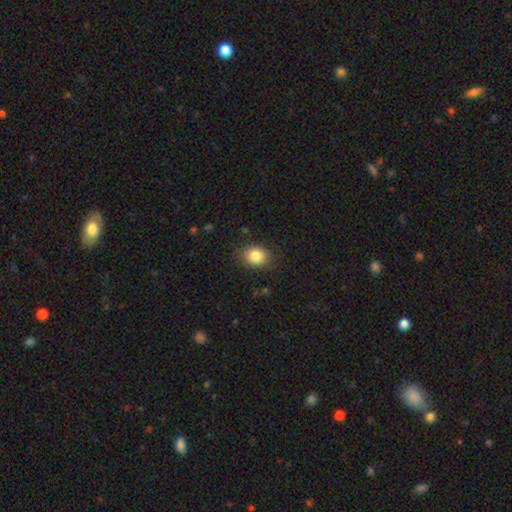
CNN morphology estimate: Q: Smooth or featured?
A: smooth (83%); runner-up: star or artifact (10%)
Q: How rounded?
A: round (60%); runner-up: in between (39%)
Q: Merging?
A: none (83%); runner-up: minor disturbance (12%)